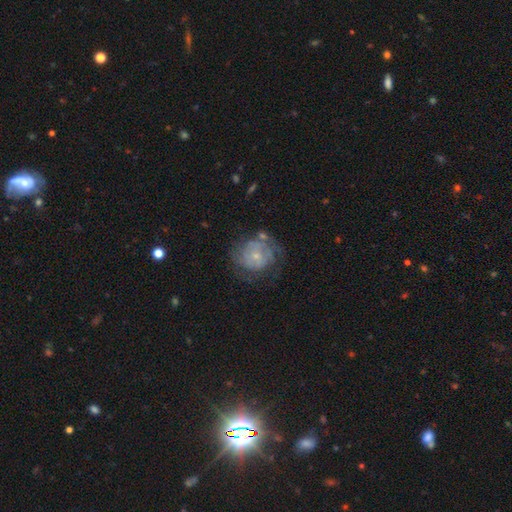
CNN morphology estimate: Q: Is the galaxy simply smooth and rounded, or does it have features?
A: featured or disk — 58%.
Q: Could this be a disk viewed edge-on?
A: no — 98%.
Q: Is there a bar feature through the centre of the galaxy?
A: no — 81%.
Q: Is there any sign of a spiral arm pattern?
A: yes — 61%.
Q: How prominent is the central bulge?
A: small — 74%.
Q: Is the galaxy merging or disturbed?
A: none — 51%.